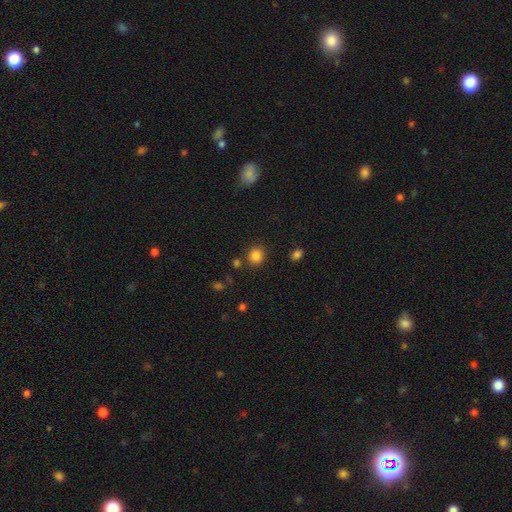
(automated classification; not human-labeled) A smooth galaxy with no disk features (84%) that is round (80%).

Vote fractions:
- Smooth or featured? smooth: 84% / star or artifact: 12% / featured or disk: 4%
- How rounded? round: 80% / in between: 19% / cigar-shaped: 1%
- Merging? none: 82% / minor disturbance: 9% / merger: 5% / major disturbance: 3%